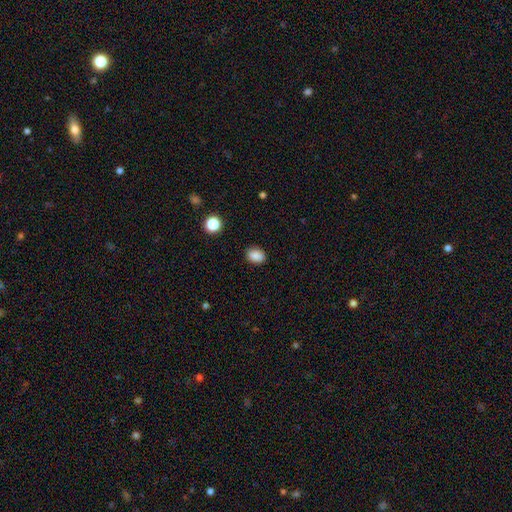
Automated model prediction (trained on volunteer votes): smooth 88%, star or artifact 9%, featured or disk 3%. Down the decision tree: how rounded — in between (68%); merging — none (88%).